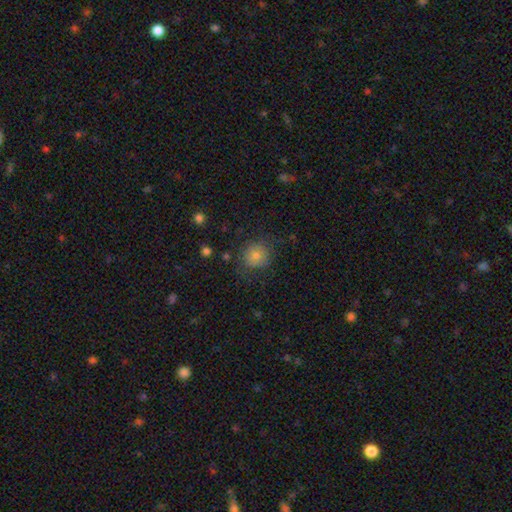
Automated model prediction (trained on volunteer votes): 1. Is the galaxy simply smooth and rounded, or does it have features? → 73% smooth, 14% star or artifact, 12% featured or disk.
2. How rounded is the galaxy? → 90% round, 9% in between, 1% cigar-shaped.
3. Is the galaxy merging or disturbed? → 79% none, 14% minor disturbance, 6% major disturbance, 1% merger.